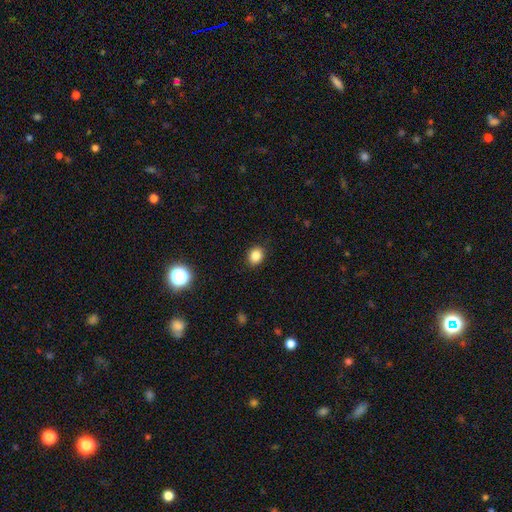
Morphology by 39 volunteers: Overall: smooth (87%). How rounded: round (65%; in between 35%). Merging: none (97%).